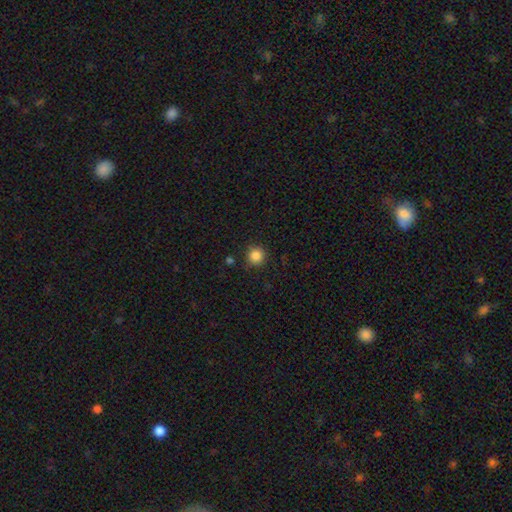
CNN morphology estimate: This is clearly a smooth galaxy (85%). How rounded: clearly round (94%). Merging: clearly none (88%).